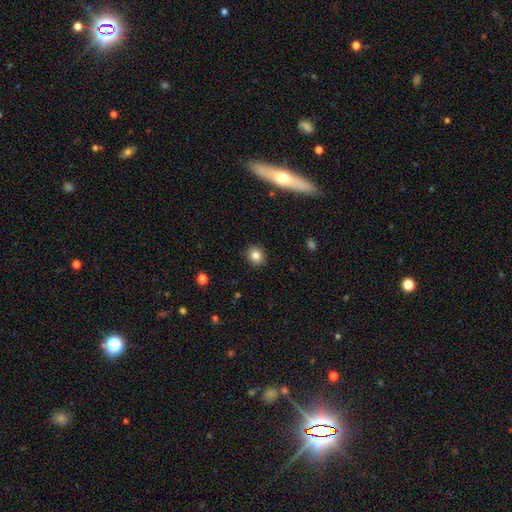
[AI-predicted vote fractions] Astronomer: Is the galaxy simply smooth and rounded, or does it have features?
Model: smooth — 83%.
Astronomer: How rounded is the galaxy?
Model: round — 72%.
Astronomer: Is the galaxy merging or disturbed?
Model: none — 90%.